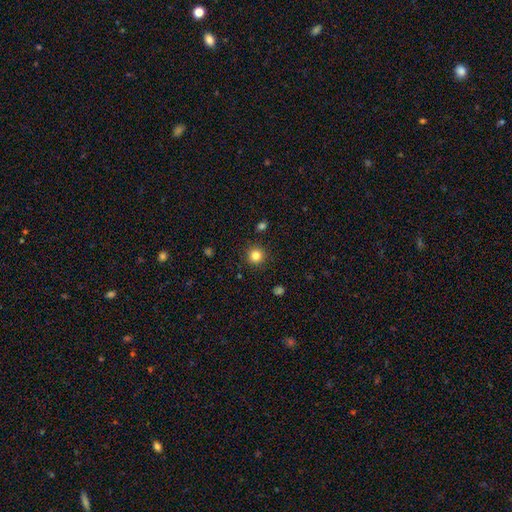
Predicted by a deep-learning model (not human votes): smooth 82%, star or artifact 12%, featured or disk 6%. Down the decision tree: how rounded — round (95%); merging — none (91%).